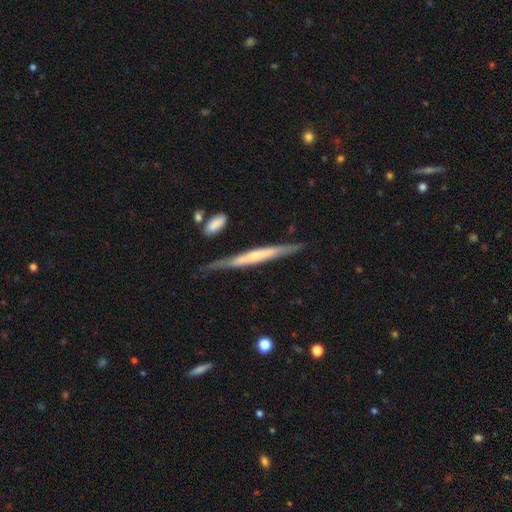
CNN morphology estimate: type=featured or disk (63%); edge-on=yes (94%); edge-on bulge=none (54%); merging=none (76%).